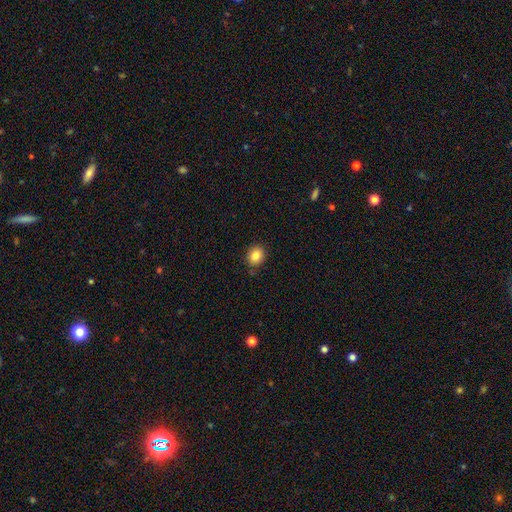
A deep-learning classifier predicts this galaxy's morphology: type=smooth (84%); roundness=round (69%); merging=none (87%).